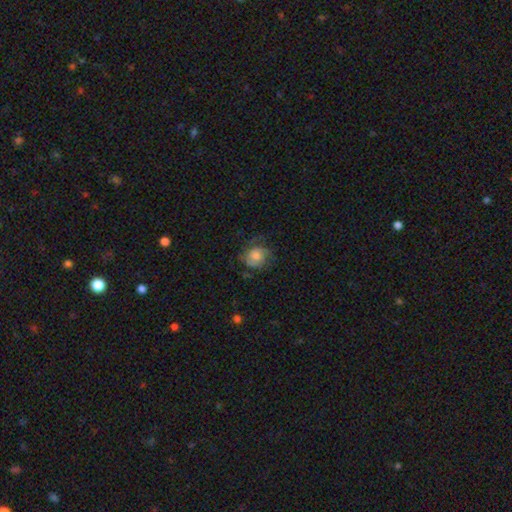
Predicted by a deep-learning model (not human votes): Smooth or featured? Predicted: smooth (p=0.46). Merging? Predicted: none (p=0.58).